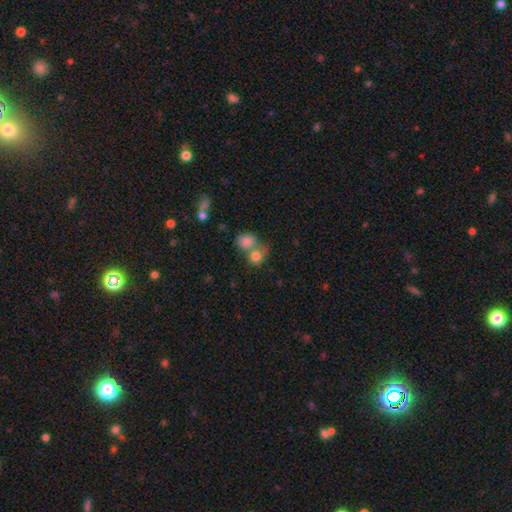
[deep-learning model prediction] smooth 81%, star or artifact 10%, featured or disk 9%. Down the decision tree: how rounded — round (75%); merging — merger (48%).